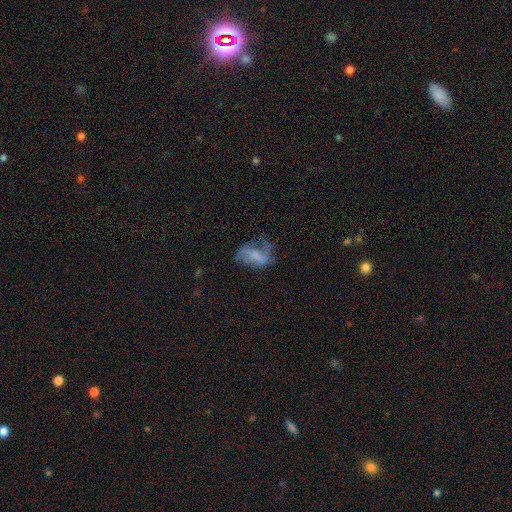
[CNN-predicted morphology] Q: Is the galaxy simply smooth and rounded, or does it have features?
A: featured or disk — 50%.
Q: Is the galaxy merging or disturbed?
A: none — 38%.